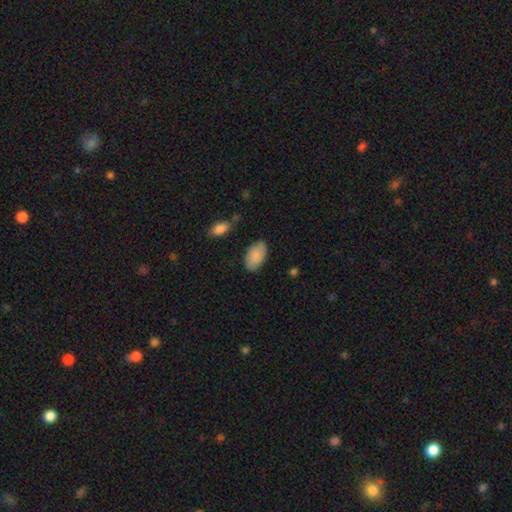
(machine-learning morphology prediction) Smooth or featured?
  - smooth: 86% *
  - featured or disk: 8%
  - star or artifact: 6%
How rounded?
  - in between: 94% *
  - round: 4%
  - cigar-shaped: 1%
Merging?
  - none: 80% *
  - minor disturbance: 15%
  - major disturbance: 3%
  - merger: 2%